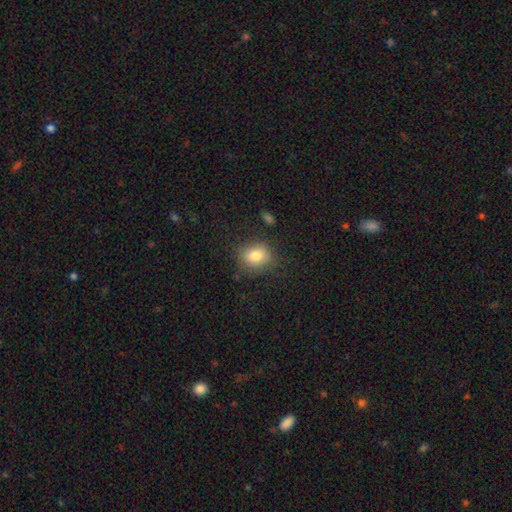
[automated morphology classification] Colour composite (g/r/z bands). It shows a smooth galaxy with no disk features (80%) that is round (51%). Merging: none (78%).